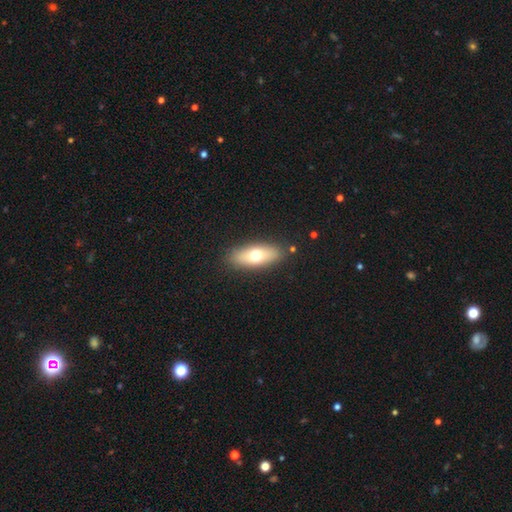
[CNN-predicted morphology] This is likely a smooth galaxy (64%). How rounded: likely in between (70%). Merging: clearly none (86%).